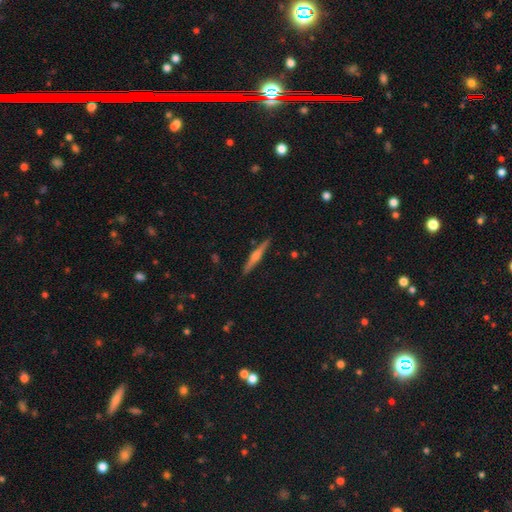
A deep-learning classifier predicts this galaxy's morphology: Q: Smooth or featured?
A: featured or disk (69%); runner-up: smooth (25%)
Q: Edge-on disk?
A: yes (98%); runner-up: no (2%)
Q: Edge-on bulge?
A: rounded (84%); runner-up: boxy (9%)
Q: Merging?
A: none (91%); runner-up: minor disturbance (7%)